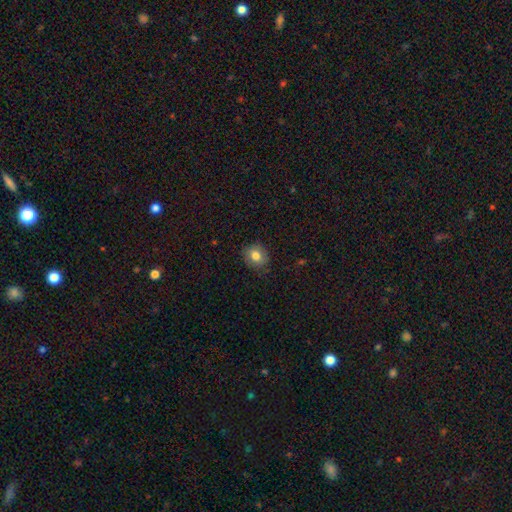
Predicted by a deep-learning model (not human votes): smooth_or_featured: smooth (p=0.80) [alt: featured or disk p=0.11]
how_rounded: round (p=0.69) [alt: in between p=0.30]
merging: none (p=0.82) [alt: minor disturbance p=0.14]